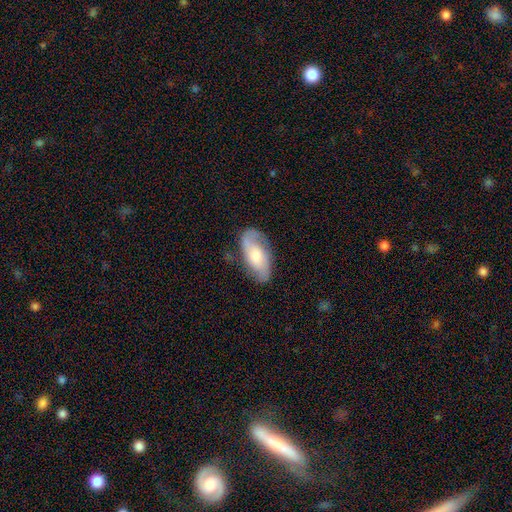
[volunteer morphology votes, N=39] This appears to be a featured or disk galaxy (59%) with no bar (65%), 2 (86%) medium (57%) spiral arms (91%) and a moderate central bulge (57%). Merging: none (76%).